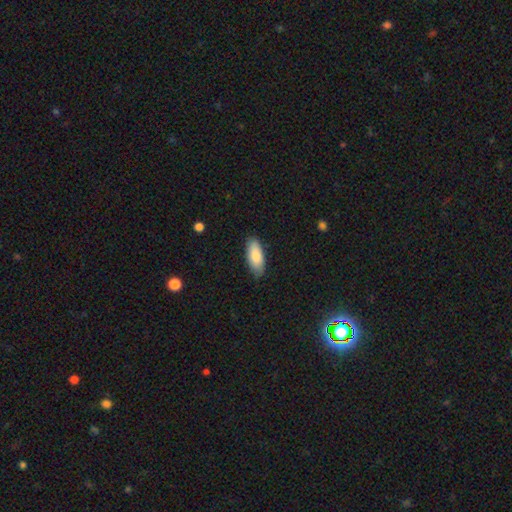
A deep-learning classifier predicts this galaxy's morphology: This is clearly a smooth galaxy (86%). How rounded: clearly in between (82%). Merging: clearly none (84%).